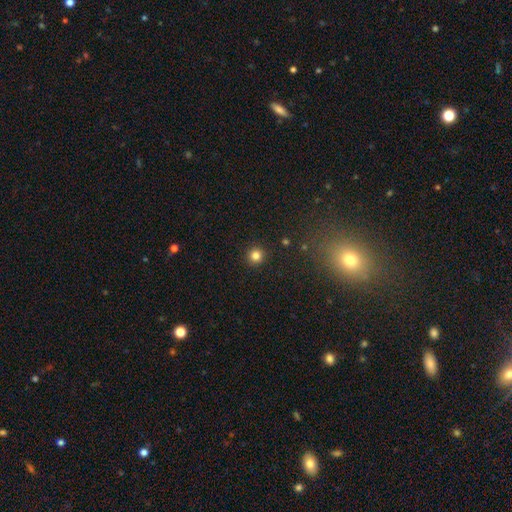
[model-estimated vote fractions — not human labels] Smooth or featured: smooth — 82% (star or artifact — 13%)
How rounded: round — 95% (in between — 4%)
Merging: none — 93% (minor disturbance — 4%)